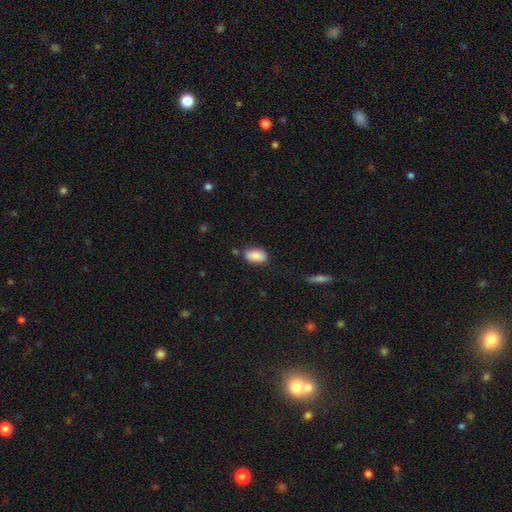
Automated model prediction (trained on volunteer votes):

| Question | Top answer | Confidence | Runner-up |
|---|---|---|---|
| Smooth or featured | smooth | 88% | star or artifact (7%) |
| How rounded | in between | 92% | round (5%) |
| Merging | none | 73% | minor disturbance (18%) |